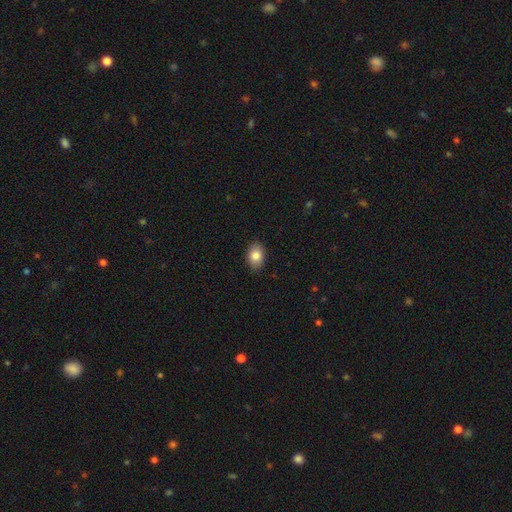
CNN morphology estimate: A smooth galaxy with no disk features (84%) that is in between round and cigar-shaped (81%). Merging: none (88%).